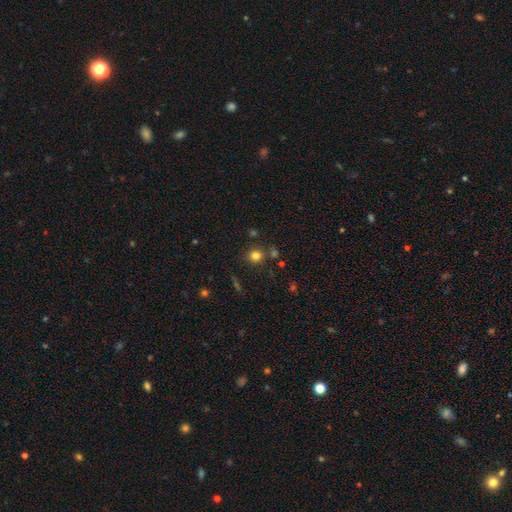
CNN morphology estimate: smooth 78%, star or artifact 15%, featured or disk 7%. Down the decision tree: how rounded — round (91%); merging — none (81%).